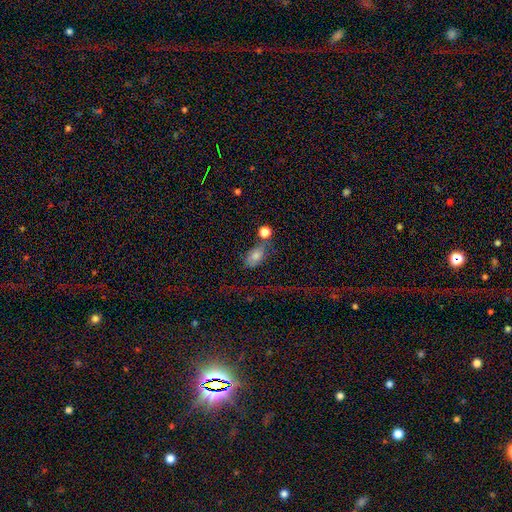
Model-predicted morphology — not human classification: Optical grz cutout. It shows a smooth galaxy with no disk features (63%) that is in between round and cigar-shaped (80%). Merging: none (45%).